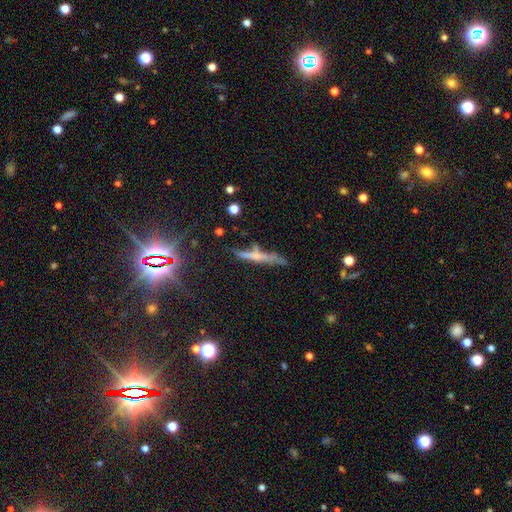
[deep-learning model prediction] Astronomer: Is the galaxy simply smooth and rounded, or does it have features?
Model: featured or disk — 44% (runner-up: smooth, 42%).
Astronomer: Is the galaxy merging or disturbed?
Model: none — 57%.